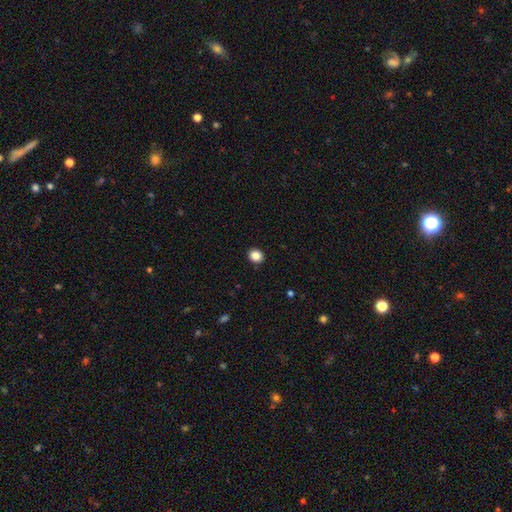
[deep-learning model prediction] The model was most divided on "how rounded": round: 70%, in between: 30%, cigar-shaped: 1%. More confident: merging — none (91%); smooth or featured — smooth (86%).